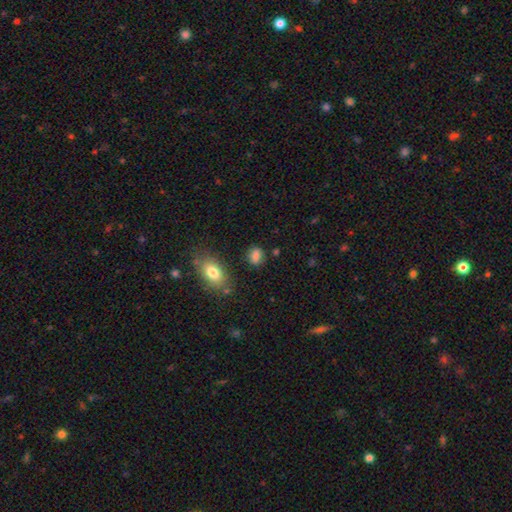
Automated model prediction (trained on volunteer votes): Smooth or featured? smooth (82%)
How rounded? in between (56%)
Merging? none (80%)